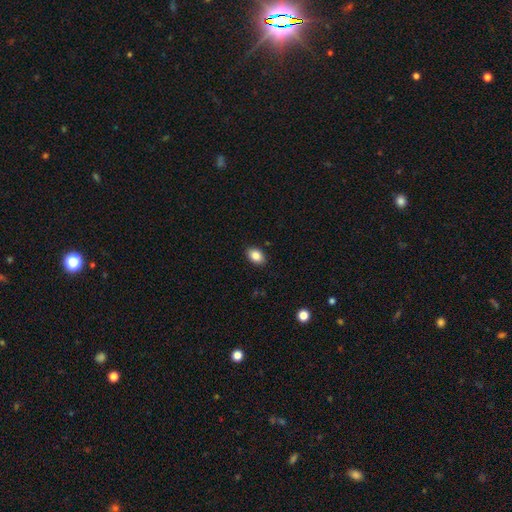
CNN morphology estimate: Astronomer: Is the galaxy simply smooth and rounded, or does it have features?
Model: smooth — 86%.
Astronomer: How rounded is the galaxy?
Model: in between — 84%.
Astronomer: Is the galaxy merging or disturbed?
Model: none — 89%.